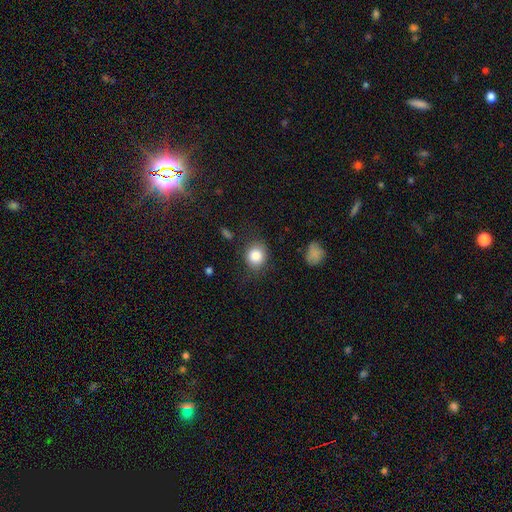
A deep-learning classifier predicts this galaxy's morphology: A smooth galaxy with no disk features (85%) that is round (75%).

Vote fractions:
- Smooth or featured? smooth: 85% / star or artifact: 9% / featured or disk: 6%
- How rounded? round: 75% / in between: 24% / cigar-shaped: 1%
- Merging? none: 77% / minor disturbance: 15% / major disturbance: 6% / merger: 2%